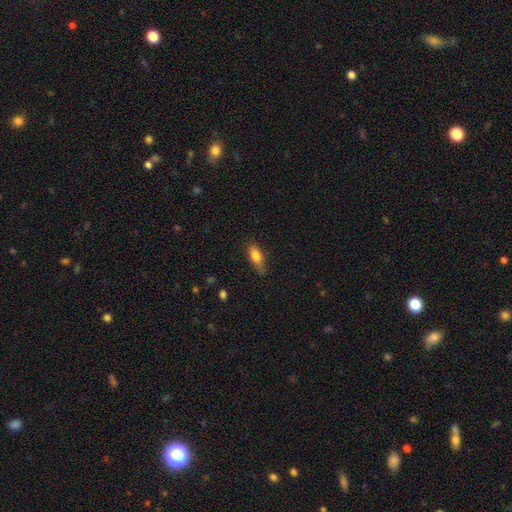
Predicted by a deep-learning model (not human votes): The model was most divided on "how rounded": in between: 69%, cigar-shaped: 28%, round: 3%. More confident: smooth or featured — smooth (77%); merging — none (70%).